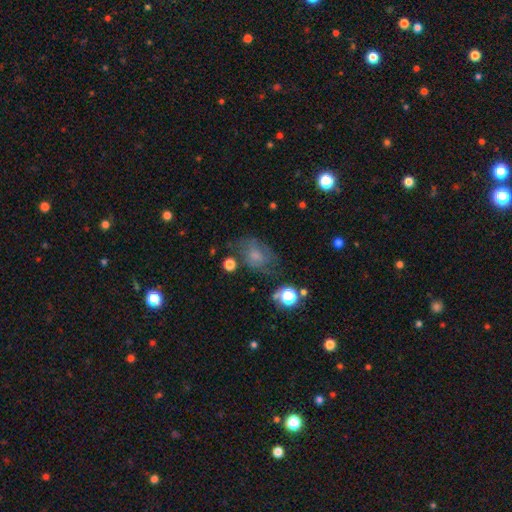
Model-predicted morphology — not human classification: Q: Smooth or featured?
A: smooth (46%); runner-up: featured or disk (39%)
Q: Merging?
A: none (51%); runner-up: minor disturbance (25%)